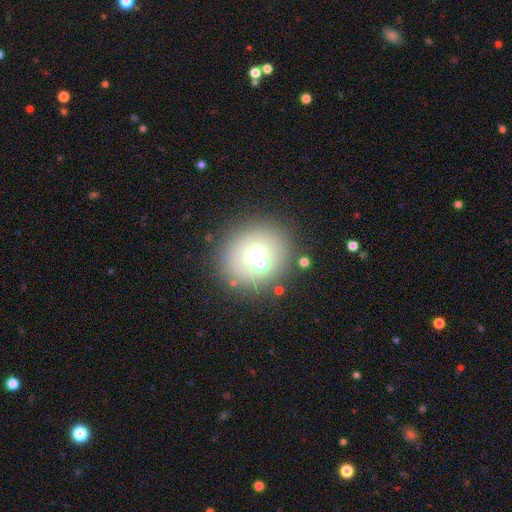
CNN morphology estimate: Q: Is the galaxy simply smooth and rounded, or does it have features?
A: smooth — 63%.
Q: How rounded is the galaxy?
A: round — 85%.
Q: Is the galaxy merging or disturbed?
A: none — 69%.